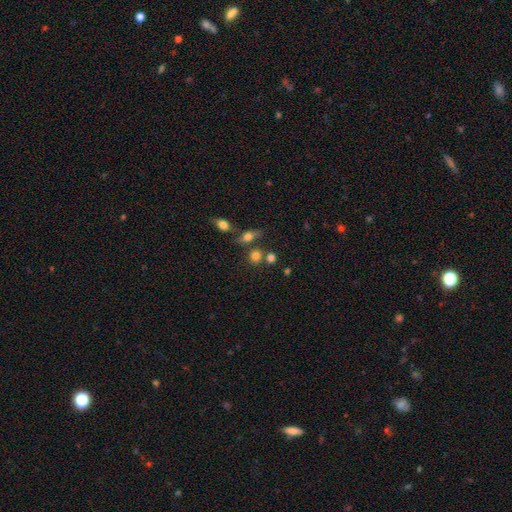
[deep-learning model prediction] Morphology: type=smooth (76%); roundness=round (69%); merging=none (59%).